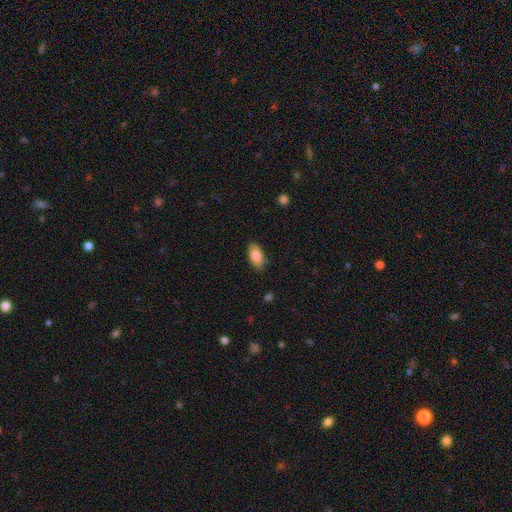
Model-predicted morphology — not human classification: Smooth or featured?
  - smooth: 80% *
  - featured or disk: 14%
  - star or artifact: 7%
How rounded?
  - in between: 93% *
  - round: 4%
  - cigar-shaped: 3%
Merging?
  - none: 85% *
  - minor disturbance: 12%
  - major disturbance: 2%
  - merger: 1%